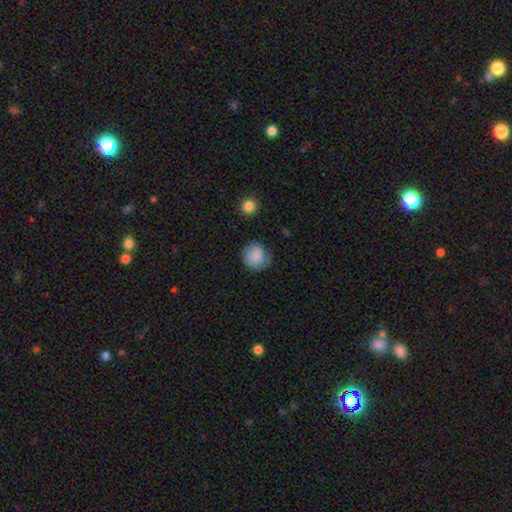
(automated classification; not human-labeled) smooth_or_featured: smooth (p=0.85) [alt: star or artifact p=0.08]
how_rounded: round (p=0.89) [alt: in between p=0.10]
merging: none (p=0.70) [alt: minor disturbance p=0.22]